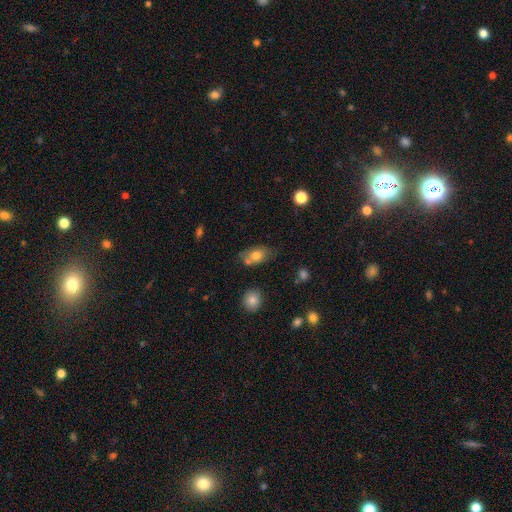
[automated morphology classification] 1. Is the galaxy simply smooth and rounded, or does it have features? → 74% smooth, 18% featured or disk, 8% star or artifact.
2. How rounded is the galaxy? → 86% in between, 11% round, 3% cigar-shaped.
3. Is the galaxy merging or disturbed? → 57% none, 22% minor disturbance, 15% merger, 6% major disturbance.